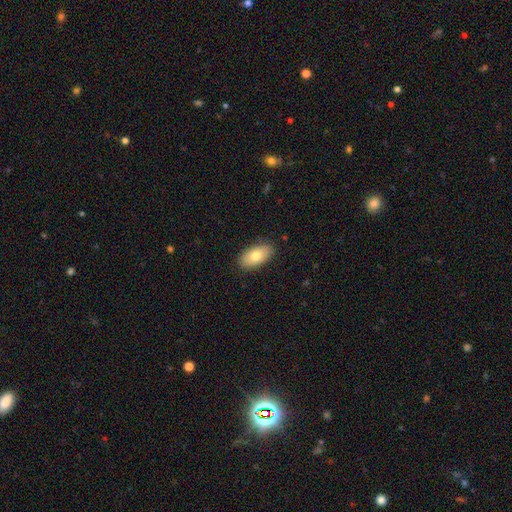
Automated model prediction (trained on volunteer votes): This is likely a smooth galaxy (76%). How rounded: clearly in between (93%). Merging: clearly none (87%).